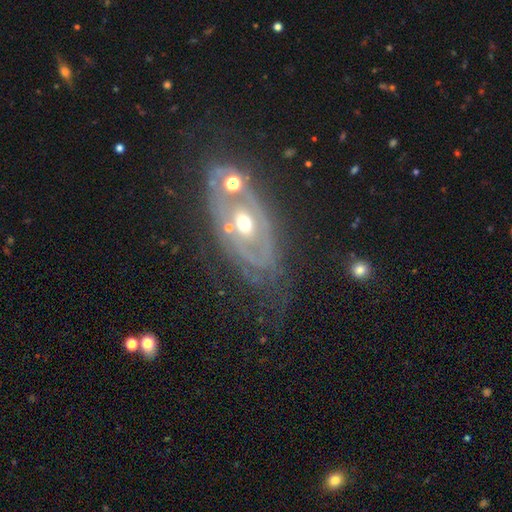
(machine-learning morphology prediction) This appears to be a featured or disk galaxy (77%) with no bar (74%), spiral arms (58%) and a moderate central bulge (63%). Merging: none (60%).